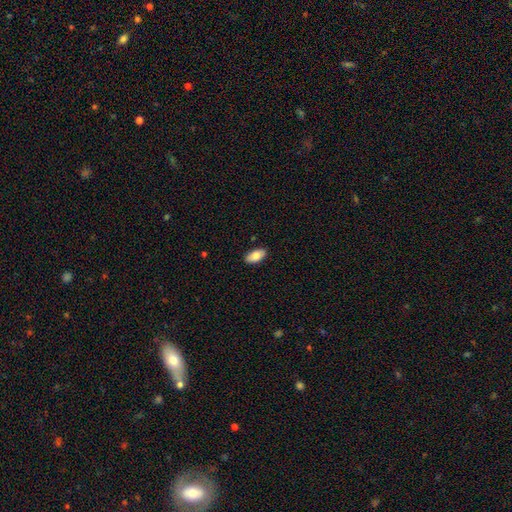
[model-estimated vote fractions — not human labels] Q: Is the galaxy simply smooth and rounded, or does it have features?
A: smooth — 79%.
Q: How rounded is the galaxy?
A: in between — 92%.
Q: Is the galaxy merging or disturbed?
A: none — 88%.